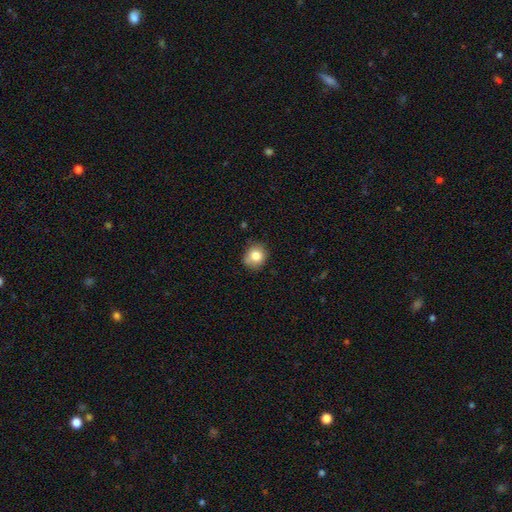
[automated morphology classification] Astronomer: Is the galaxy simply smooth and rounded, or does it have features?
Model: smooth — 81%.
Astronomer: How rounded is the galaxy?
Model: round — 75%.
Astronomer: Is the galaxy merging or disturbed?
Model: none — 75%.